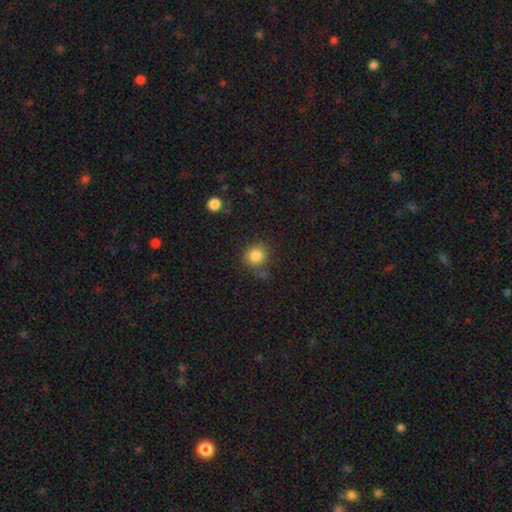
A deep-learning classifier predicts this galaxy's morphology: A smooth galaxy with no disk features (85%) that is round (87%). Merging: none (70%).